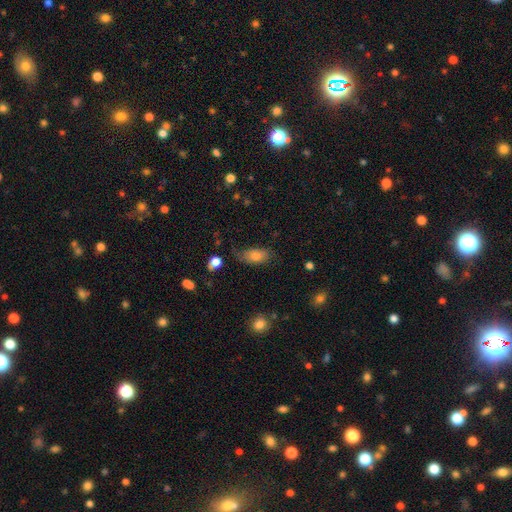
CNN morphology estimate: smooth 77%, featured or disk 14%, star or artifact 9%. Down the decision tree: how rounded — in between (89%); merging — none (56%).